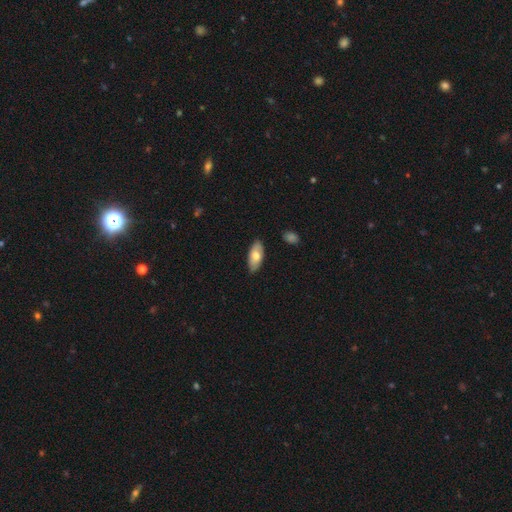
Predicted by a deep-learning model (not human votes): Smooth or featured? Predicted: smooth (p=0.68). How rounded? Predicted: in between (p=0.89). Merging? Predicted: none (p=0.84).